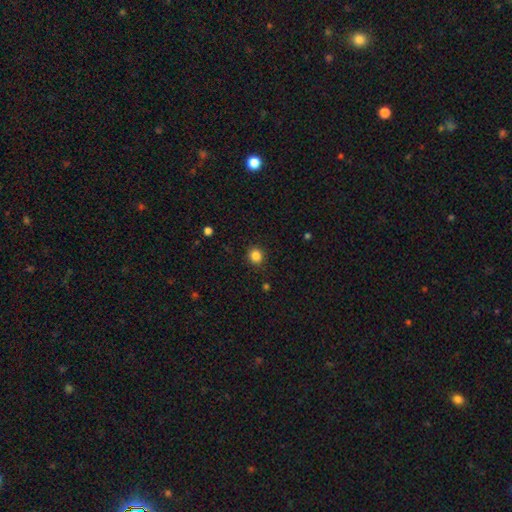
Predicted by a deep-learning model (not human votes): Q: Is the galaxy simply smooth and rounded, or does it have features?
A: smooth — 85%.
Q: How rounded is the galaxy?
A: round — 88%.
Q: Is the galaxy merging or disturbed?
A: none — 90%.